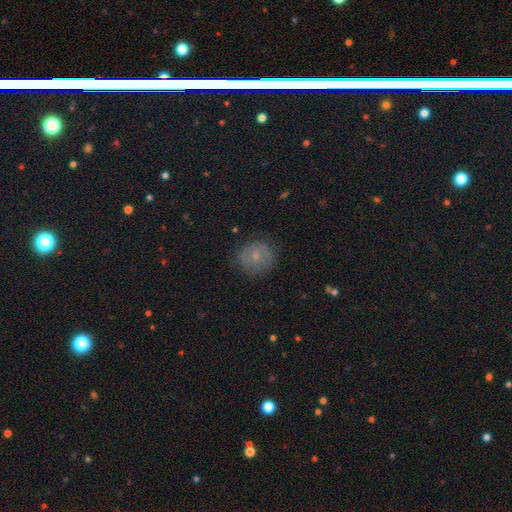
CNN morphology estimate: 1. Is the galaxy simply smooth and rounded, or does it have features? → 59% smooth, 29% featured or disk, 11% star or artifact.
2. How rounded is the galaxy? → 87% round, 12% in between, 1% cigar-shaped.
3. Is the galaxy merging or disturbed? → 79% none, 15% minor disturbance, 5% major disturbance, 1% merger.